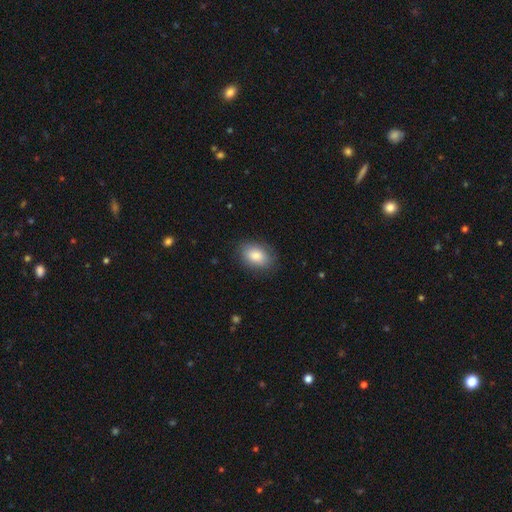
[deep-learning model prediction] This is clearly a smooth galaxy (82%). How rounded: clearly in between (82%). Merging: clearly none (83%).